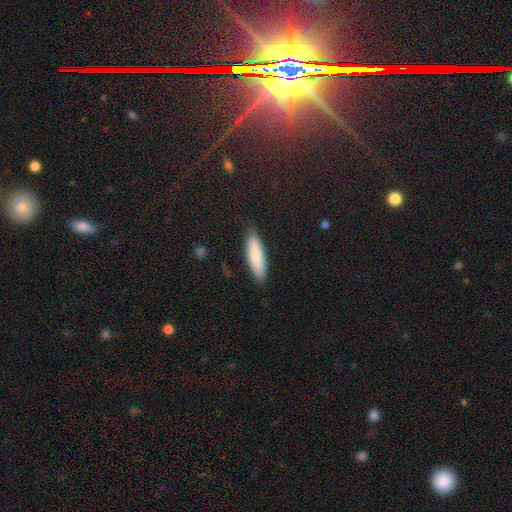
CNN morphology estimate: Smooth or featured: smooth — 84% (featured or disk — 10%)
How rounded: cigar-shaped — 64% (in between — 35%)
Merging: none — 84% (minor disturbance — 13%)